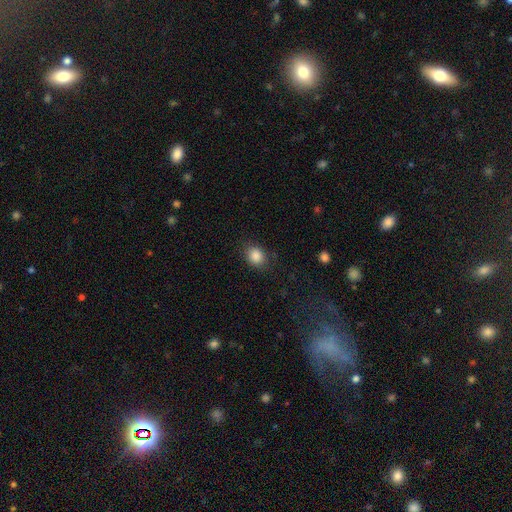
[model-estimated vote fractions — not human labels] A smooth galaxy with no disk features (87%) that is round (51%).

Vote fractions:
- Smooth or featured? smooth: 87% / star or artifact: 9% / featured or disk: 4%
- How rounded? round: 51% / in between: 48% / cigar-shaped: 1%
- Merging? none: 81% / minor disturbance: 13% / major disturbance: 4% / merger: 1%